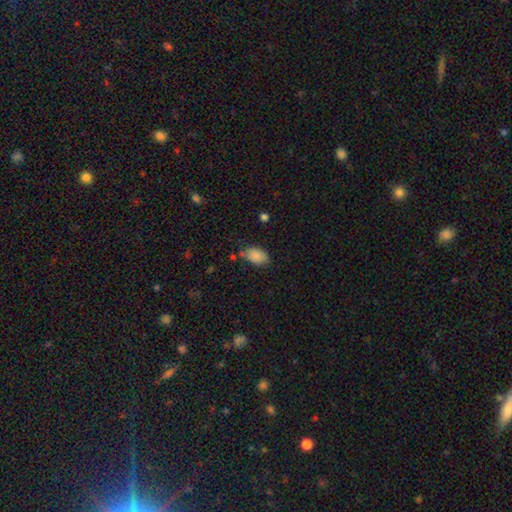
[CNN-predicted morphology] Smooth or featured: smooth — 86% (star or artifact — 8%)
How rounded: in between — 88% (round — 11%)
Merging: none — 64% (minor disturbance — 25%)